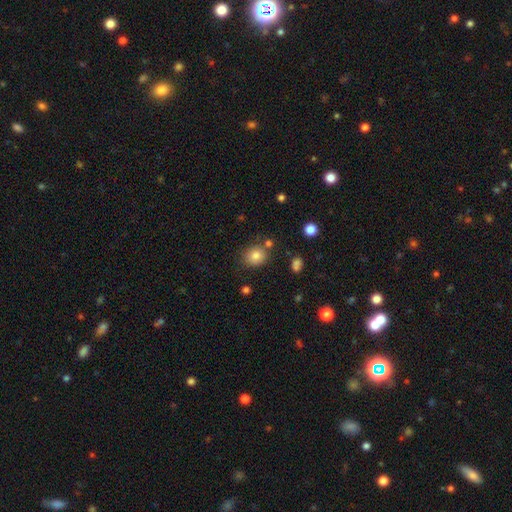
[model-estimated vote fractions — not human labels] A smooth galaxy with no disk features (82%) that is round (72%).

Vote fractions:
- Smooth or featured? smooth: 82% / star or artifact: 11% / featured or disk: 7%
- How rounded? round: 72% / in between: 27% / cigar-shaped: 1%
- Merging? none: 75% / minor disturbance: 13% / merger: 8% / major disturbance: 4%